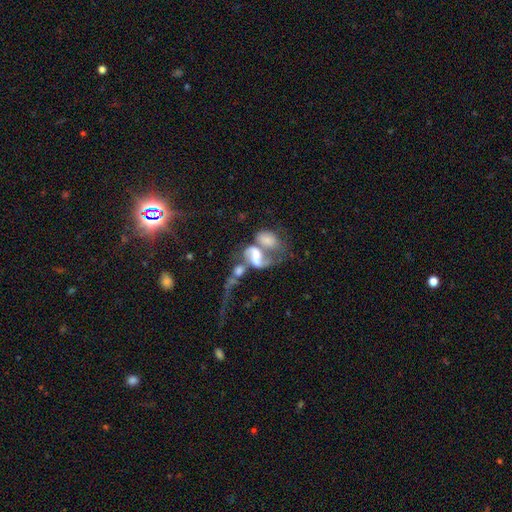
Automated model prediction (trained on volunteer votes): Q: Smooth or featured?
A: featured or disk (64%); runner-up: smooth (26%)
Q: Edge-on disk?
A: no (96%); runner-up: yes (4%)
Q: Bar?
A: no (47%); runner-up: weak (30%)
Q: Spiral arms?
A: yes (72%); runner-up: no (28%)
Q: Bulge size?
A: none (32%); runner-up: moderate (26%)
Q: Merging?
A: merger (65%); runner-up: major disturbance (19%)